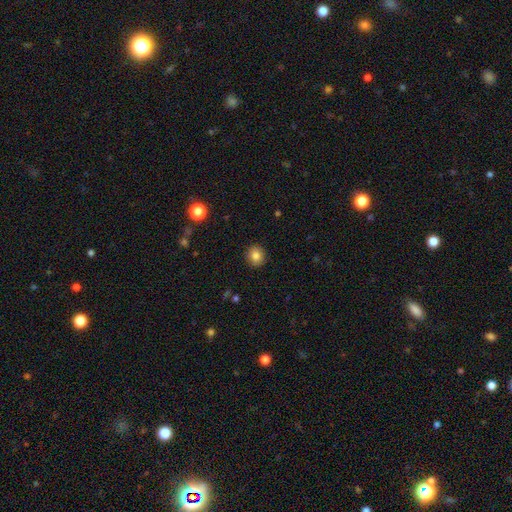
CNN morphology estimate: This appears to be a smooth galaxy with no disk features (82%) that is round (82%). Merging: none (91%).